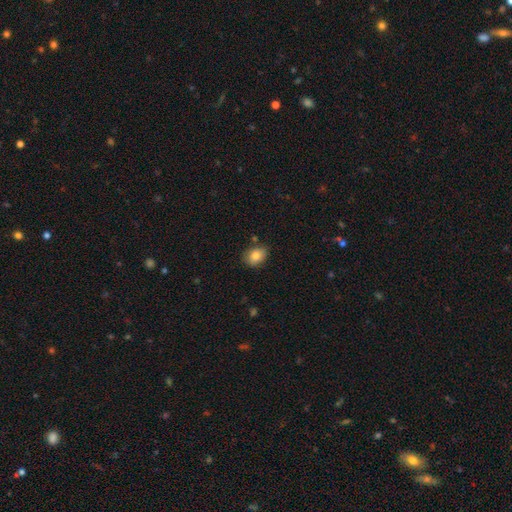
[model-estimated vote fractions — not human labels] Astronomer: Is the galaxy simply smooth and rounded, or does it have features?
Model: smooth — 84%.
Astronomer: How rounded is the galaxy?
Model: in between — 66%.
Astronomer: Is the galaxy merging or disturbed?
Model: none — 79%.